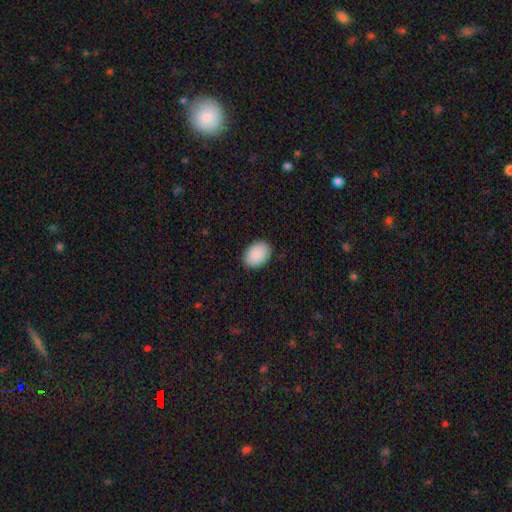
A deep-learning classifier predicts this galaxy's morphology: Smooth or featured: smooth — 91% (star or artifact — 6%)
How rounded: in between — 79% (round — 20%)
Merging: none — 88% (minor disturbance — 10%)